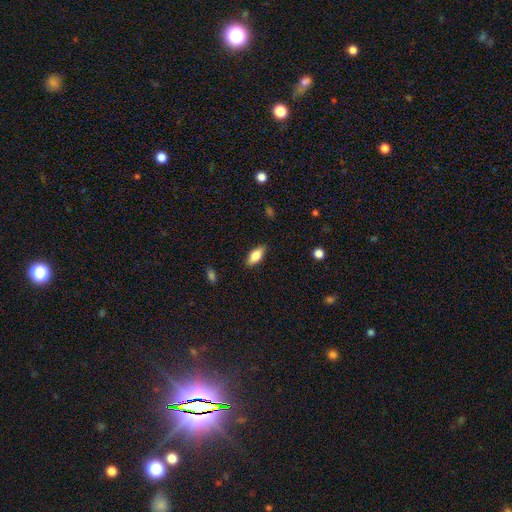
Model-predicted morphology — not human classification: Q: Smooth or featured?
A: smooth (81%); runner-up: featured or disk (12%)
Q: How rounded?
A: in between (85%); runner-up: cigar-shaped (12%)
Q: Merging?
A: none (86%); runner-up: minor disturbance (11%)